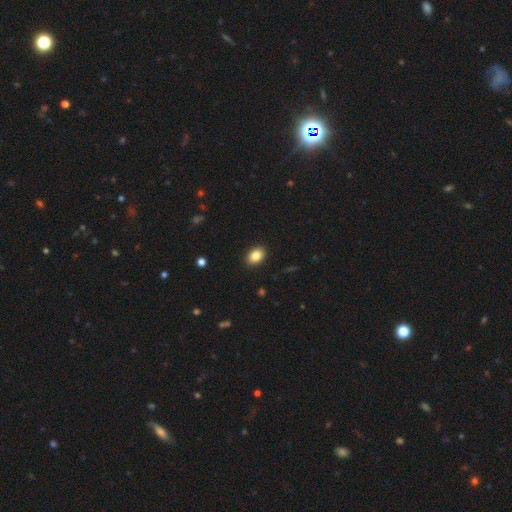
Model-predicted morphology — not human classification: Smooth or featured?
  - smooth: 86% *
  - star or artifact: 9%
  - featured or disk: 5%
How rounded?
  - in between: 74% *
  - round: 25%
  - cigar-shaped: 1%
Merging?
  - none: 90% *
  - minor disturbance: 7%
  - major disturbance: 2%
  - merger: 1%